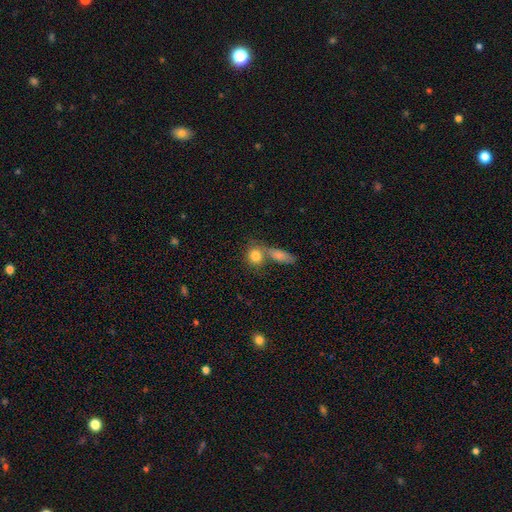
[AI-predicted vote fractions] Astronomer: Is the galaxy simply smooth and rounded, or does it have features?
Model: smooth — 82%.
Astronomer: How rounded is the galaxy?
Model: round — 62%.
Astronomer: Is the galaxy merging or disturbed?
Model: none — 47% (runner-up: merger, 39%).